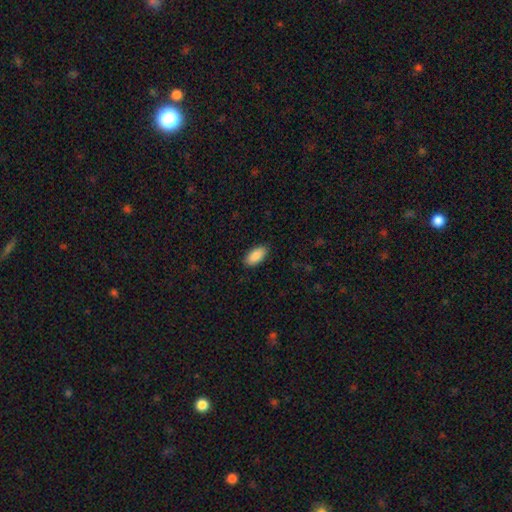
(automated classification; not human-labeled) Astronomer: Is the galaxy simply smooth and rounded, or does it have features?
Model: smooth — 90%.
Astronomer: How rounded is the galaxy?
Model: in between — 94%.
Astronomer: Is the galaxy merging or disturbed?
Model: none — 88%.